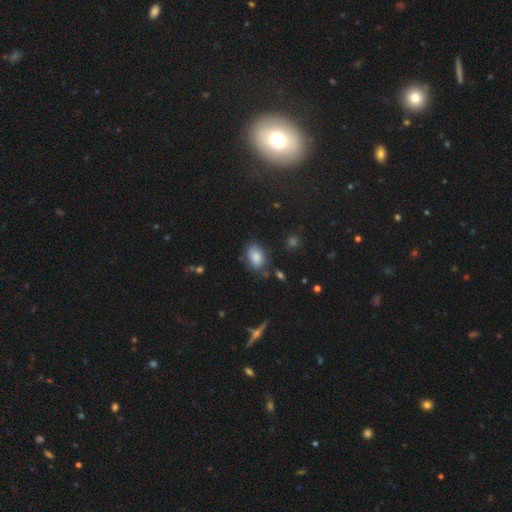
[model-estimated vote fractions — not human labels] Morphology: type=smooth (83%); roundness=in between (85%); merging=none (73%).